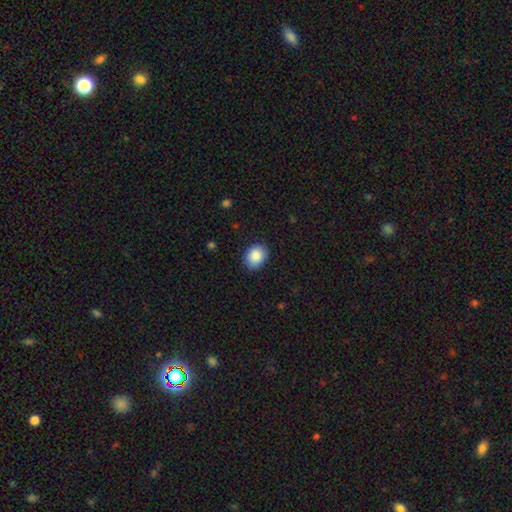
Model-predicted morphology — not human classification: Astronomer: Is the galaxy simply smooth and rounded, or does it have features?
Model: smooth — 88%.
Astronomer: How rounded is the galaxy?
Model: in between — 58% (runner-up: round, 41%).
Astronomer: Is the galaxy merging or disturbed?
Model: none — 85%.